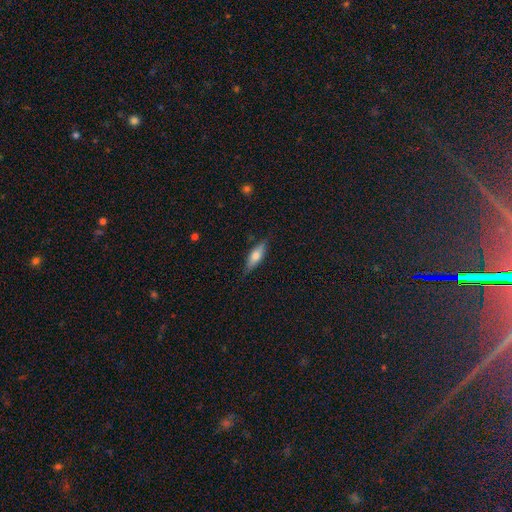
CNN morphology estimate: Smooth or featured?
  - smooth: 63% *
  - featured or disk: 31%
  - star or artifact: 6%
How rounded?
  - in between: 54% *
  - cigar-shaped: 43%
  - round: 3%
Merging?
  - none: 80% *
  - minor disturbance: 15%
  - major disturbance: 3%
  - merger: 1%